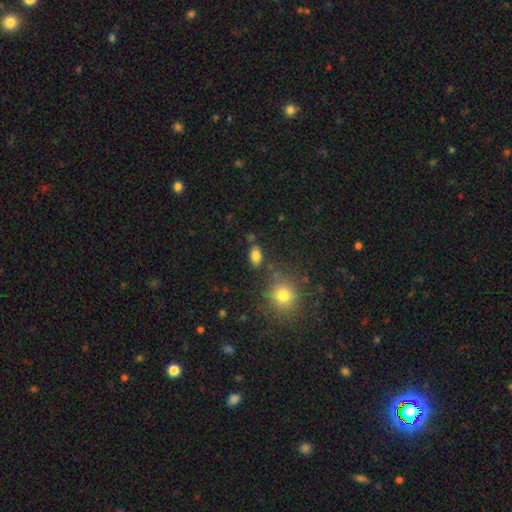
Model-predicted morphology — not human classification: This appears to be a smooth galaxy with no disk features (83%) that is in between round and cigar-shaped (87%). Merging: none (79%).